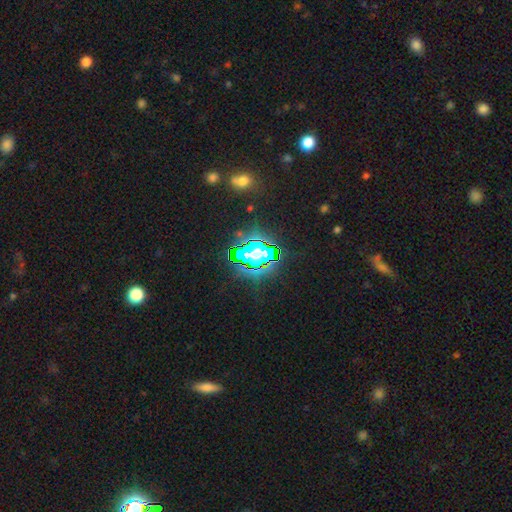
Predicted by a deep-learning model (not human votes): Smooth or featured? Predicted: star or artifact (p=0.77).